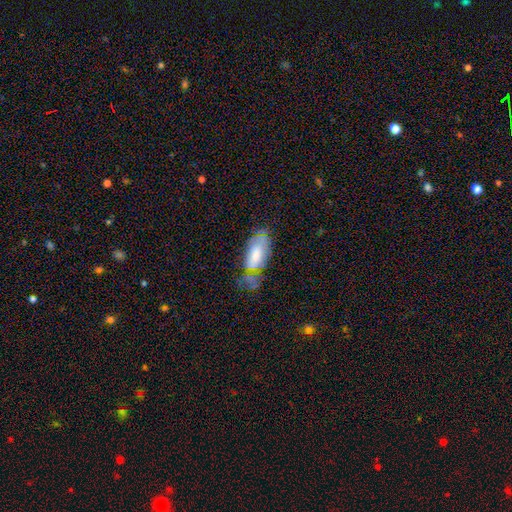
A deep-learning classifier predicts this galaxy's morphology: smooth-or-featured: smooth: 59% | featured or disk: 33% | star or artifact: 8%
  how-rounded: in between: 84% | cigar-shaped: 13% | round: 2%
  merging: none: 39% | minor disturbance: 30% | major disturbance: 19% | merger: 12%